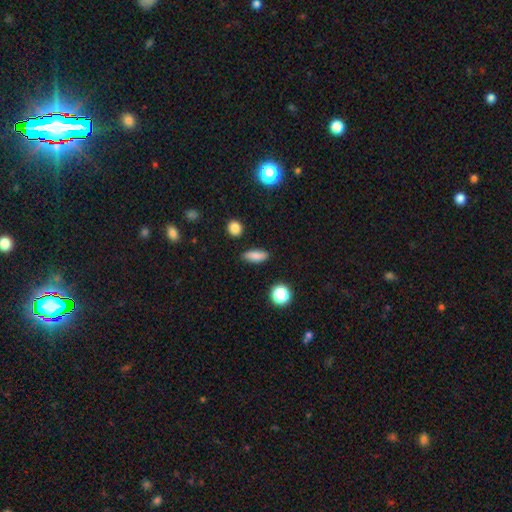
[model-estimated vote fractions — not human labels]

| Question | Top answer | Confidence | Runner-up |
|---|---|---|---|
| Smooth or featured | smooth | 82% | star or artifact (10%) |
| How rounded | in between | 69% | cigar-shaped (25%) |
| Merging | none | 86% | minor disturbance (10%) |